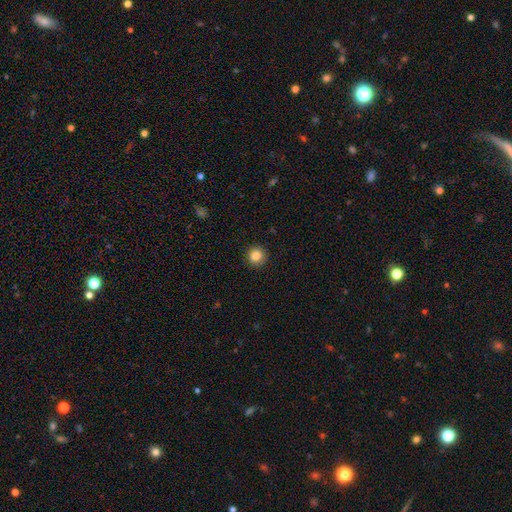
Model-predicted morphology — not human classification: Smooth or featured: smooth — 85% (star or artifact — 10%)
How rounded: round — 94% (in between — 5%)
Merging: none — 91% (minor disturbance — 7%)